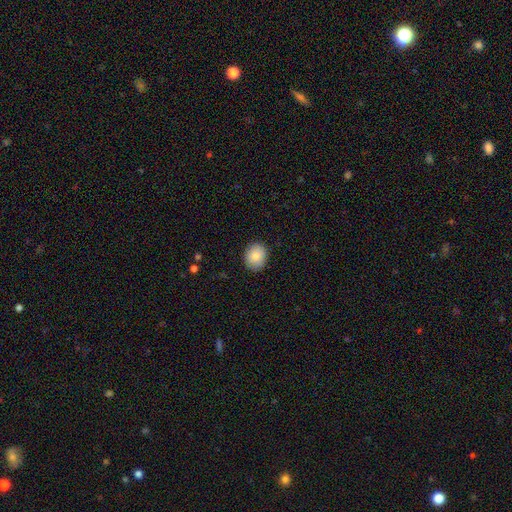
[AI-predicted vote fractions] Overall: smooth (86%). How rounded: round (60%; in between 39%). Merging: none (87%).